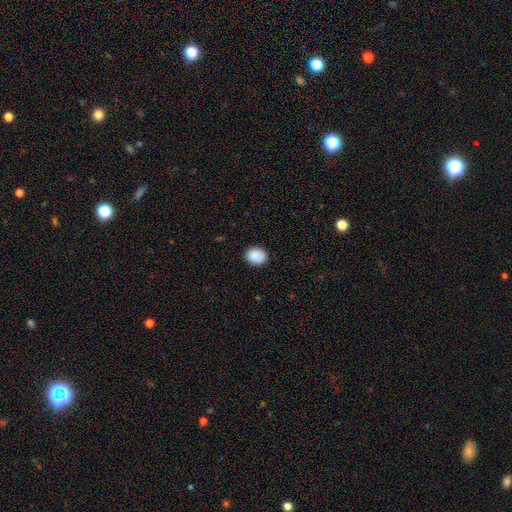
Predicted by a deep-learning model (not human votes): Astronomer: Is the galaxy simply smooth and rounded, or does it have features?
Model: smooth — 90%.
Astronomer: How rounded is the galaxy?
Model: round — 51% (runner-up: in between, 48%).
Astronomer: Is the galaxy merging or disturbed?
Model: none — 88%.